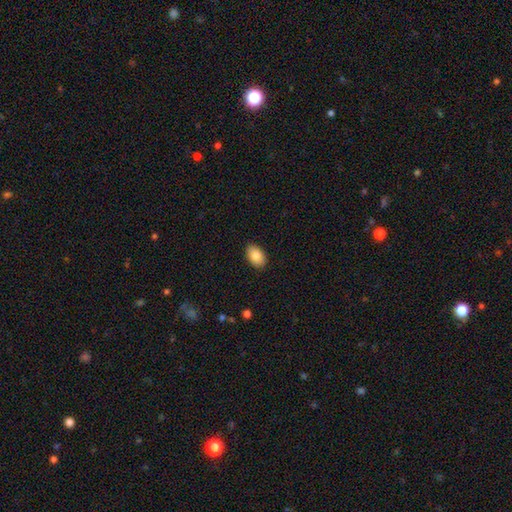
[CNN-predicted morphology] Q: Smooth or featured?
A: smooth (85%); runner-up: featured or disk (8%)
Q: How rounded?
A: in between (90%); runner-up: round (9%)
Q: Merging?
A: none (89%); runner-up: minor disturbance (8%)